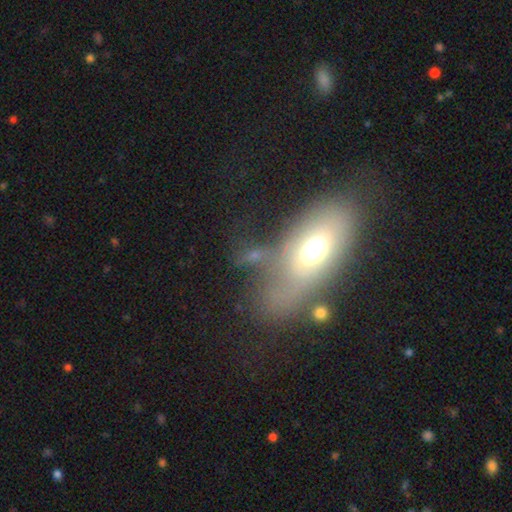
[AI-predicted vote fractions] Smooth or featured? Predicted: smooth (p=0.51). How rounded? Predicted: in between (p=0.79). Merging? Predicted: none (p=0.36).